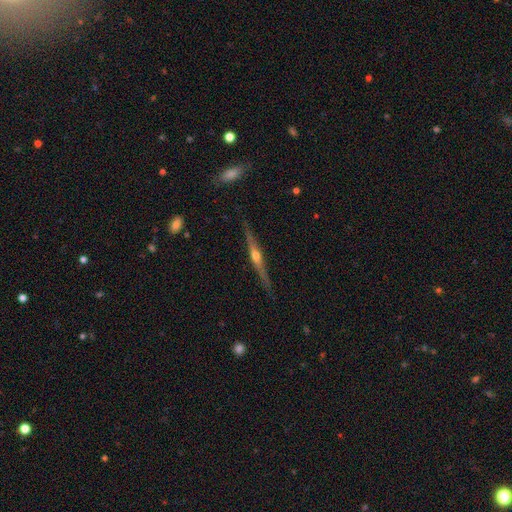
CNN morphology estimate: smooth_or_featured: featured or disk (p=0.80) [alt: smooth p=0.14]
disk_edge_on: yes (p=0.98) [alt: no p=0.02]
edge_on_bulge: rounded (p=0.90) [alt: none p=0.06]
merging: none (p=0.88) [alt: minor disturbance p=0.09]